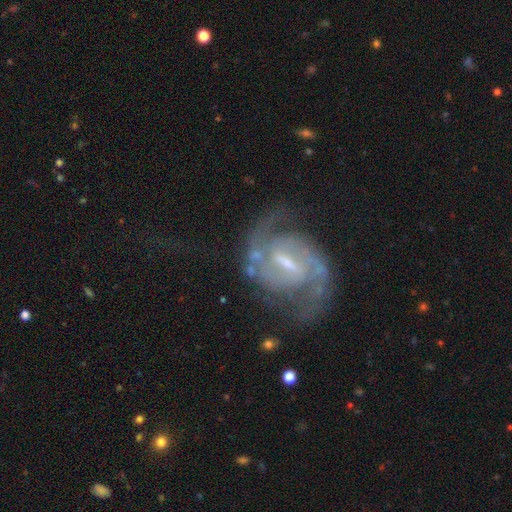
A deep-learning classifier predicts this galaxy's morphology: Smooth or featured? Predicted: featured or disk (p=0.91). Edge-on disk? Predicted: no (p=0.98). Bar? Predicted: weak (p=0.49). Spiral arms? Predicted: yes (p=0.98). Spiral winding? Predicted: medium (p=0.56). Spiral arm count? Predicted: 2 (p=0.89). Bulge size? Predicted: small (p=0.53). Merging? Predicted: none (p=0.71).